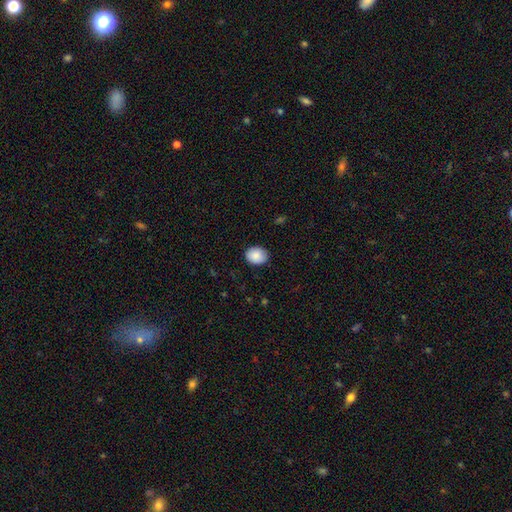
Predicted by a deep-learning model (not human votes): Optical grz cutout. It shows a smooth galaxy with no disk features (89%) that is in between round and cigar-shaped (51%). Merging: none (85%).